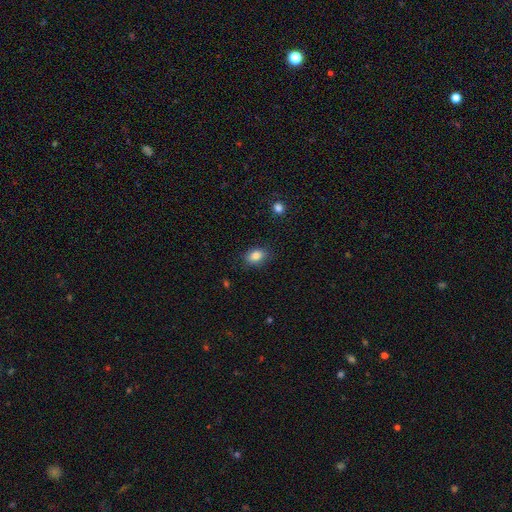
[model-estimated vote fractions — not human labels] A smooth galaxy with no disk features (85%) that is in between round and cigar-shaped (77%).

Vote fractions:
- Smooth or featured? smooth: 85% / star or artifact: 9% / featured or disk: 6%
- How rounded? in between: 77% / round: 21% / cigar-shaped: 2%
- Merging? none: 82% / minor disturbance: 14% / major disturbance: 3% / merger: 1%